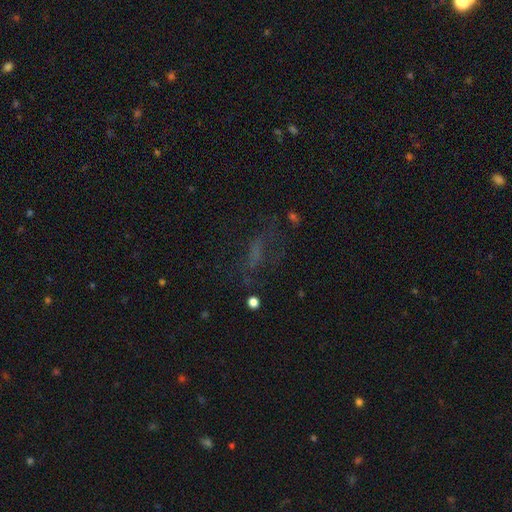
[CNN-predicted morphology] type=smooth (36%); merging=none (52%).